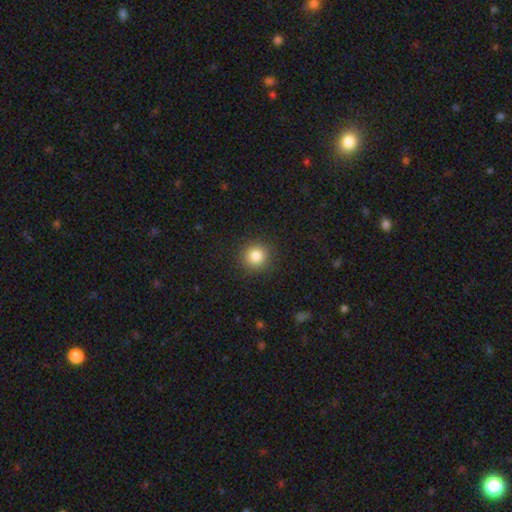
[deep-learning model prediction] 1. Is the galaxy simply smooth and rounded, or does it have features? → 84% smooth, 11% star or artifact, 5% featured or disk.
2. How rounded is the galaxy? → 93% round, 6% in between, 1% cigar-shaped.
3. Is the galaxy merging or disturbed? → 90% none, 7% minor disturbance, 2% major disturbance, 1% merger.